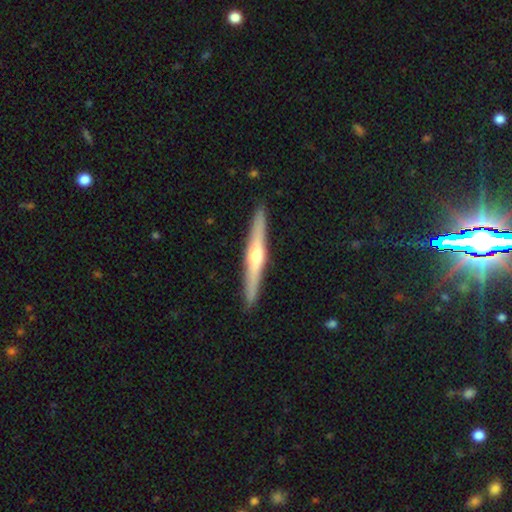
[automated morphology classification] Smooth or featured: featured or disk — 70% (smooth — 25%)
Edge-on disk: yes — 97% (no — 3%)
Edge-on bulge: rounded — 91% (none — 6%)
Merging: none — 92% (minor disturbance — 6%)